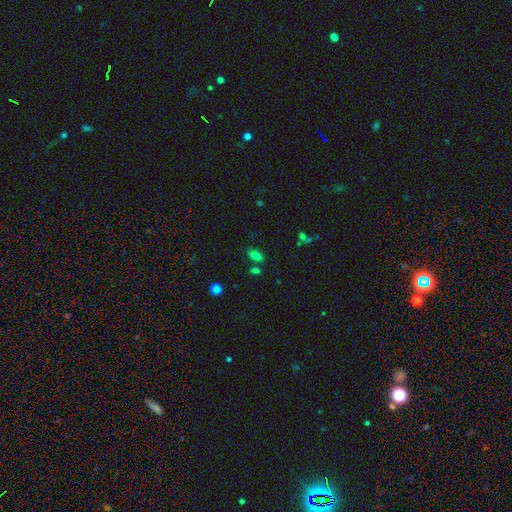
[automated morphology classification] Smooth or featured: smooth — 78% (star or artifact — 16%)
How rounded: in between — 88% (round — 6%)
Merging: none — 71% (minor disturbance — 13%)